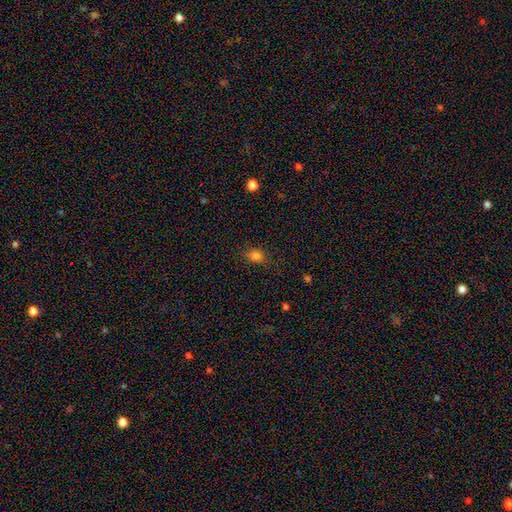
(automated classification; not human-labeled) Morphology: type=smooth (80%); roundness=in between (53%); merging=none (79%).